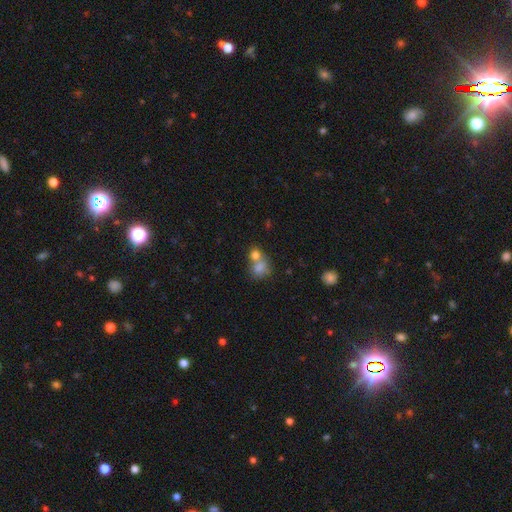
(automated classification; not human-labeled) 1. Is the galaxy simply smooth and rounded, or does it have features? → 78% smooth, 11% star or artifact, 11% featured or disk.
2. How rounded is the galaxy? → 66% round, 33% in between, 1% cigar-shaped.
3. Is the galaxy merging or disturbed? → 53% merger, 34% none, 8% minor disturbance, 5% major disturbance.